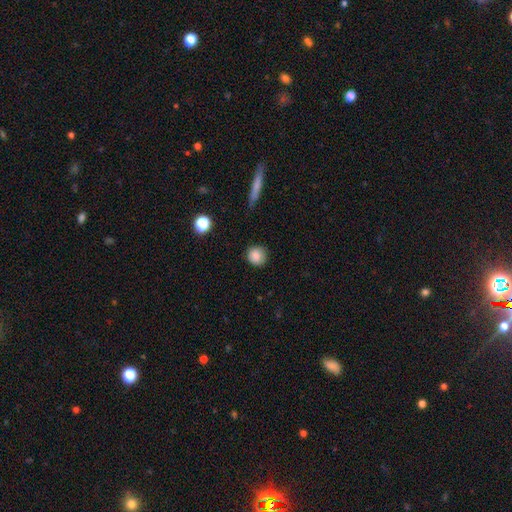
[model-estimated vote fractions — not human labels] Overall: smooth (85%). How rounded: round (89%). Merging: none (82%).